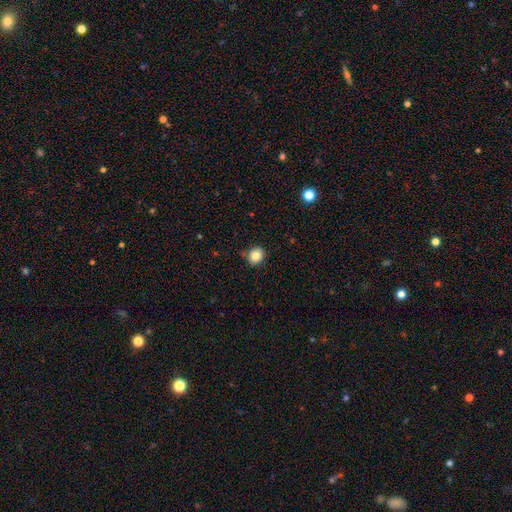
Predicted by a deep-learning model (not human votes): smooth-or-featured: smooth: 84% | star or artifact: 10% | featured or disk: 5%
  how-rounded: round: 78% | in between: 21% | cigar-shaped: 1%
  merging: none: 83% | minor disturbance: 12% | merger: 3% | major disturbance: 2%